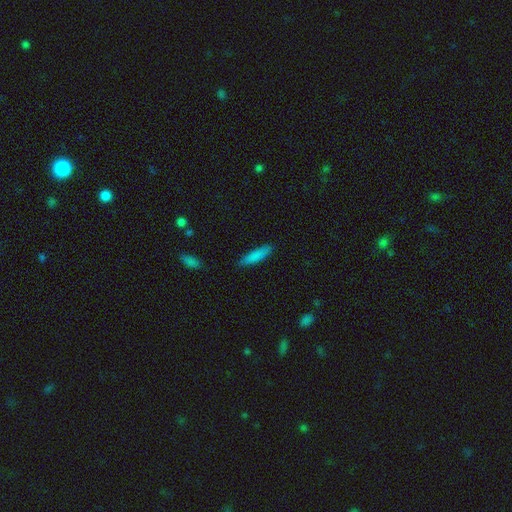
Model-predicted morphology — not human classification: The model was most divided on "how rounded": cigar-shaped: 73%, in between: 25%, round: 2%. More confident: smooth or featured — smooth (85%); merging — none (85%).